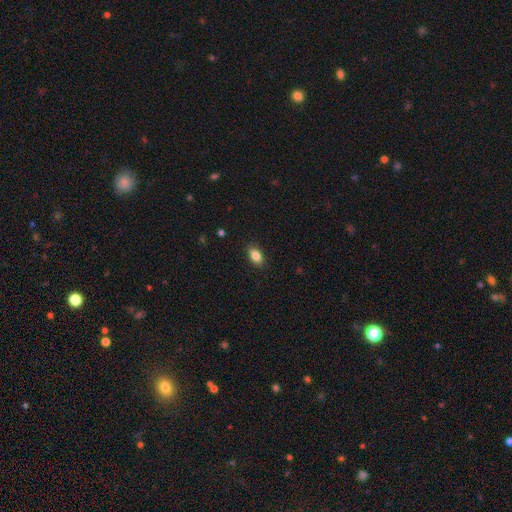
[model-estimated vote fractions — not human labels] The model was most divided on "smooth or featured": smooth: 85%, star or artifact: 8%, featured or disk: 7%. More confident: merging — none (88%); how rounded — in between (87%).